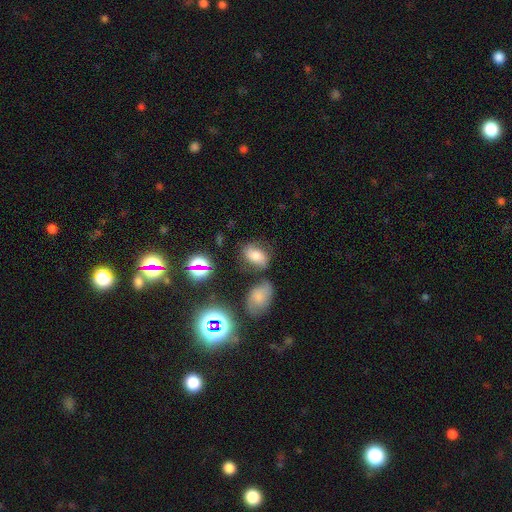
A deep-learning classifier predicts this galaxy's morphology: smooth_or_featured: smooth (p=0.60) [alt: featured or disk p=0.23]
how_rounded: in between (p=0.83) [alt: round p=0.15]
merging: none (p=0.59) [alt: minor disturbance p=0.20]